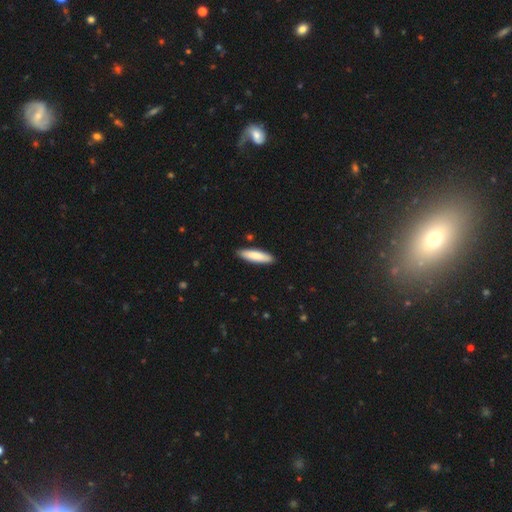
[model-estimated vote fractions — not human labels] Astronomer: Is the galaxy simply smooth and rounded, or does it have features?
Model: smooth — 84%.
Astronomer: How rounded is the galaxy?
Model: cigar-shaped — 71%.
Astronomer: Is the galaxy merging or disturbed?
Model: none — 89%.